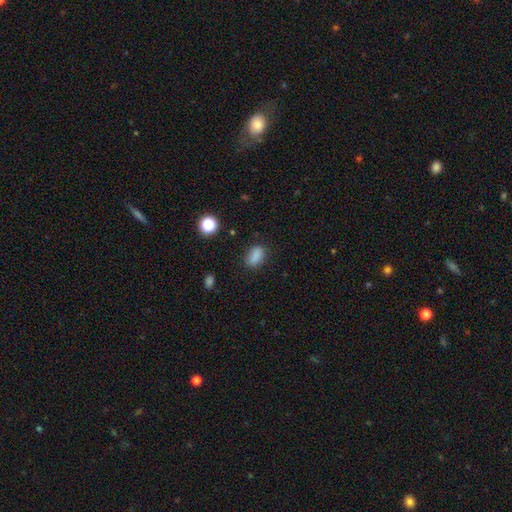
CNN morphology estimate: Q: Smooth or featured?
A: smooth (84%); runner-up: star or artifact (11%)
Q: How rounded?
A: in between (82%); runner-up: round (14%)
Q: Merging?
A: none (78%); runner-up: minor disturbance (15%)